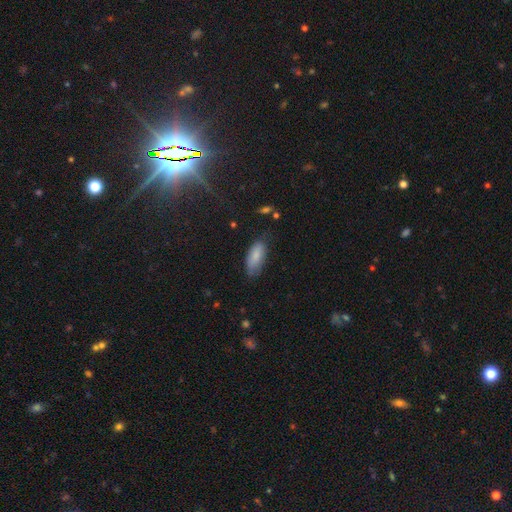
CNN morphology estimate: This is clearly a smooth galaxy (83%). How rounded: clearly in between (87%). Merging: likely none (66%).